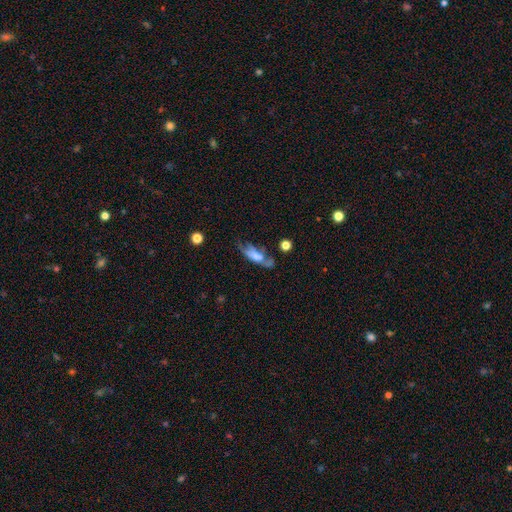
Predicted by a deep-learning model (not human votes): Smooth or featured? Predicted: smooth (p=0.52). How rounded? Predicted: in between (p=0.57). Merging? Predicted: none (p=0.36).